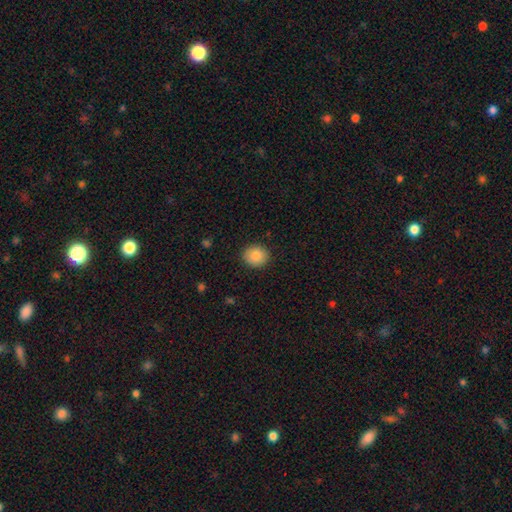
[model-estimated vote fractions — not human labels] A smooth galaxy with no disk features (86%) that is round (81%).

Vote fractions:
- Smooth or featured? smooth: 86% / star or artifact: 8% / featured or disk: 6%
- How rounded? round: 81% / in between: 18% / cigar-shaped: 1%
- Merging? none: 90% / minor disturbance: 7% / major disturbance: 2% / merger: 1%